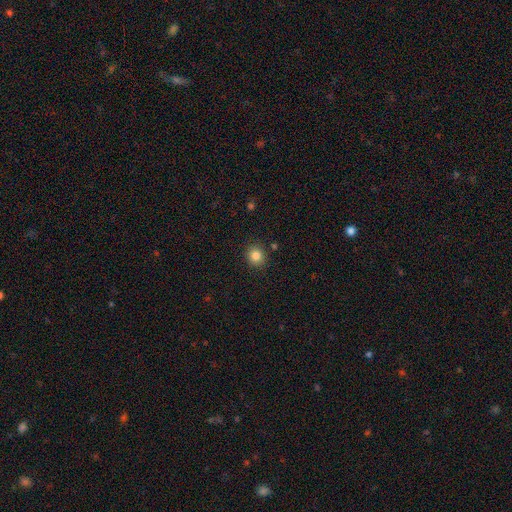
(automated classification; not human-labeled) Morphology: type=smooth (83%); roundness=round (87%); merging=none (89%).